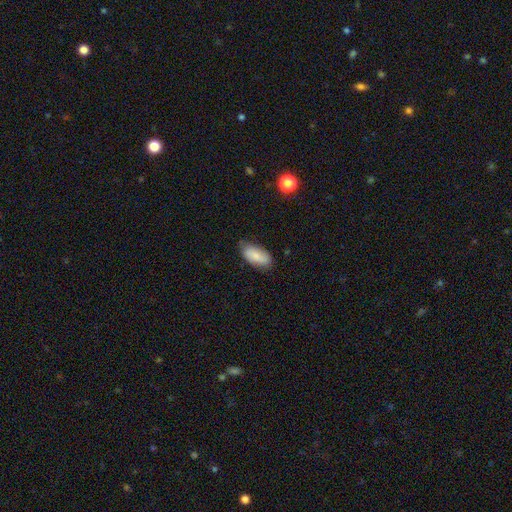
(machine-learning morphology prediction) A smooth galaxy with no disk features (75%) that is in between round and cigar-shaped (91%).

Vote fractions:
- Smooth or featured? smooth: 75% / featured or disk: 19% / star or artifact: 7%
- How rounded? in between: 91% / cigar-shaped: 7% / round: 3%
- Merging? none: 73% / minor disturbance: 22% / major disturbance: 4% / merger: 1%